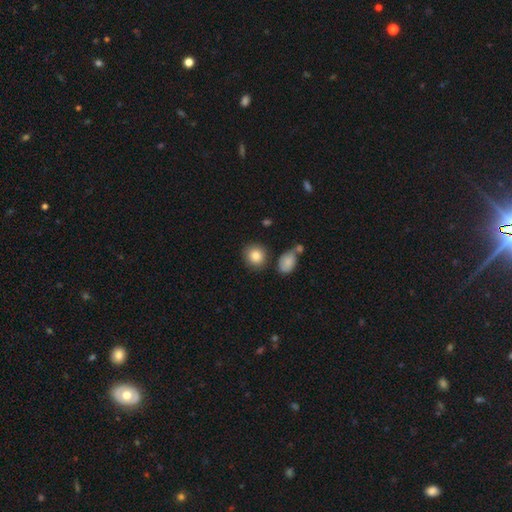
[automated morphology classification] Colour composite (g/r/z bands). It shows a smooth galaxy with no disk features (86%) that is round (81%). Merging: none (79%).